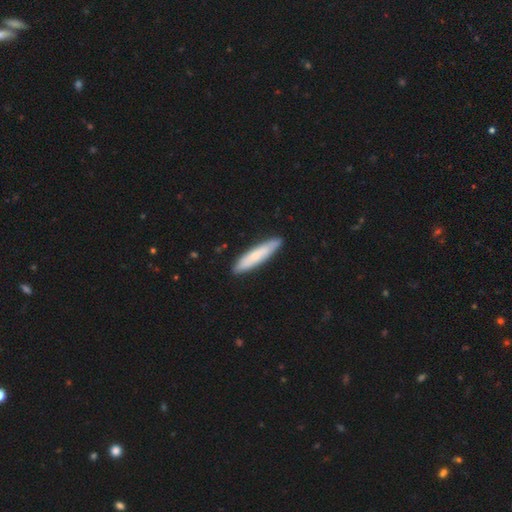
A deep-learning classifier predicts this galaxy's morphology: Smooth or featured?
  - smooth: 65% *
  - featured or disk: 29%
  - star or artifact: 5%
How rounded?
  - cigar-shaped: 86% *
  - in between: 13%
  - round: 1%
Merging?
  - none: 88% *
  - minor disturbance: 9%
  - major disturbance: 2%
  - merger: 1%